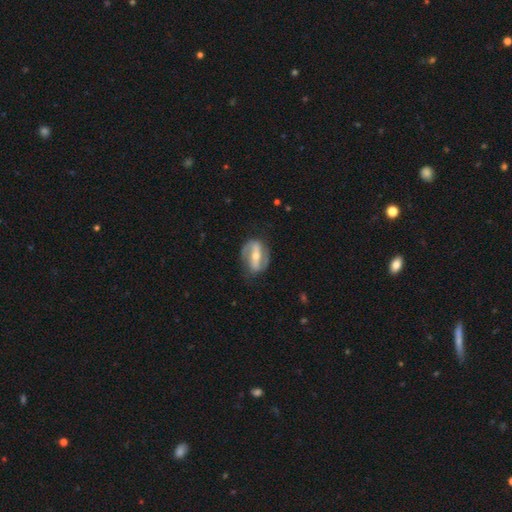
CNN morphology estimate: Smooth or featured?
  - featured or disk: 80% *
  - smooth: 15%
  - star or artifact: 5%
Edge-on disk?
  - no: 93% *
  - yes: 7%
Bar?
  - strong: 68% *
  - weak: 20%
  - no: 12%
Spiral arms?
  - yes: 83% *
  - no: 17%
Spiral winding?
  - medium: 44% *
  - tight: 29%
  - loose: 27%
Spiral arm count?
  - 2: 87% *
  - can't tell: 6%
  - 1: 3%
  - 3: 1%
  - 4: 1%
  - more than 4: 1%
Bulge size?
  - moderate: 53% *
  - small: 42%
  - large: 3%
  - none: 1%
  - dominant: 1%
Merging?
  - none: 76% *
  - minor disturbance: 16%
  - major disturbance: 7%
  - merger: 1%